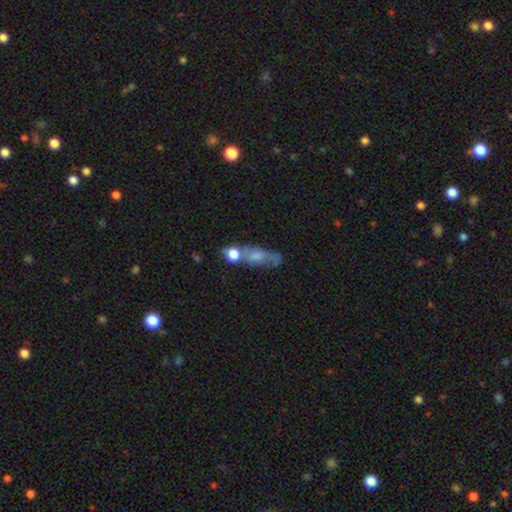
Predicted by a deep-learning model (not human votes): smooth 49%, featured or disk 35%, star or artifact 15%. Down the decision tree: merging — none (42%).